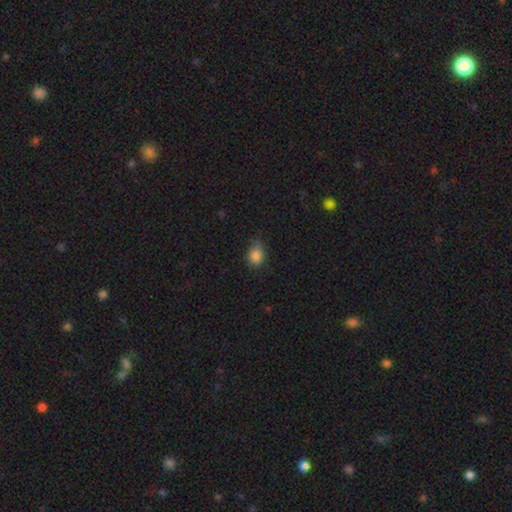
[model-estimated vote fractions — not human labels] Smooth or featured?
  - smooth: 85% *
  - star or artifact: 10%
  - featured or disk: 5%
How rounded?
  - in between: 51% *
  - round: 47%
  - cigar-shaped: 1%
Merging?
  - none: 55% *
  - minor disturbance: 35%
  - major disturbance: 8%
  - merger: 2%